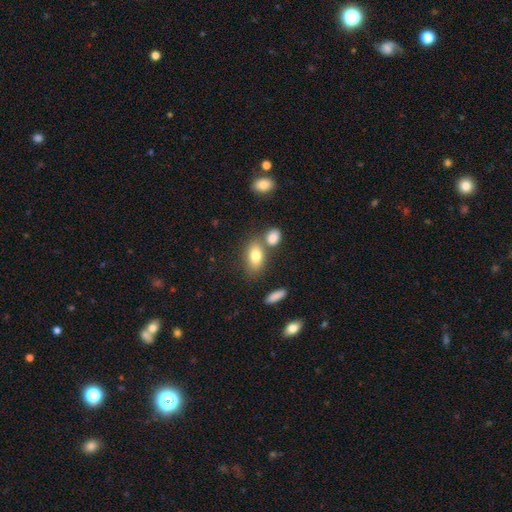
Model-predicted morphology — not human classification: Smooth or featured: smooth — 77% (featured or disk — 14%)
How rounded: in between — 84% (round — 11%)
Merging: none — 58% (merger — 25%)